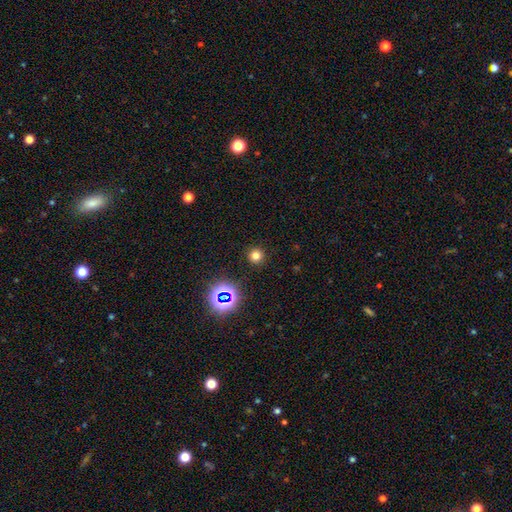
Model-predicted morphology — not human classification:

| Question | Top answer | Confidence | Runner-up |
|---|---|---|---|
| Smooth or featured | smooth | 74% | star or artifact (21%) |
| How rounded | round | 95% | in between (4%) |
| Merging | none | 92% | minor disturbance (5%) |